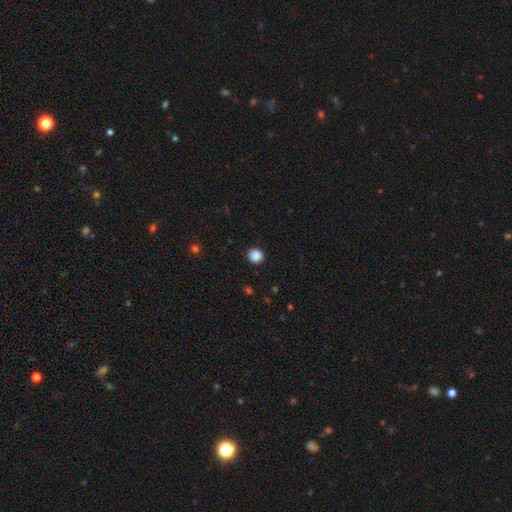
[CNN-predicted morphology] smooth_or_featured: smooth (p=0.88) [alt: star or artifact p=0.10]
how_rounded: round (p=0.88) [alt: in between p=0.11]
merging: none (p=0.91) [alt: minor disturbance p=0.06]